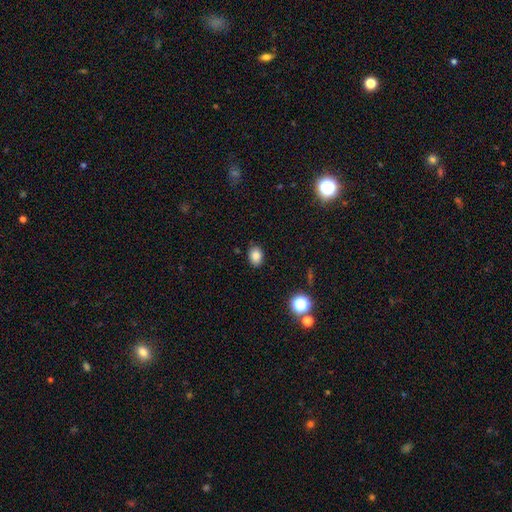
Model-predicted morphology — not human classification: smooth-or-featured: smooth: 84% | star or artifact: 12% | featured or disk: 5%
  how-rounded: in between: 63% | round: 36% | cigar-shaped: 1%
  merging: none: 87% | minor disturbance: 10% | major disturbance: 2% | merger: 1%